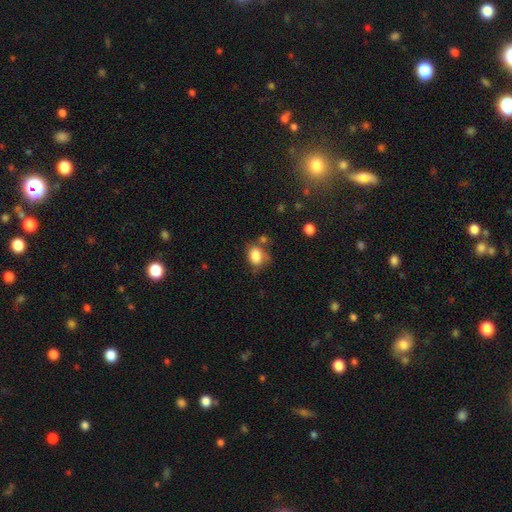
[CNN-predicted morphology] smooth 83%, star or artifact 9%, featured or disk 8%. Down the decision tree: how rounded — in between (67%); merging — none (52%).